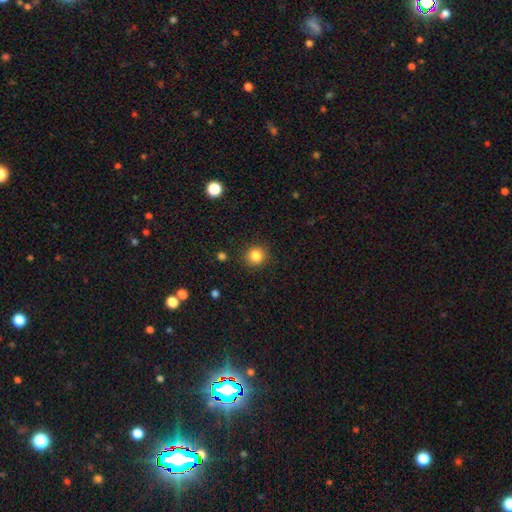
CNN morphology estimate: Q: Smooth or featured?
A: smooth (84%); runner-up: star or artifact (11%)
Q: How rounded?
A: round (91%); runner-up: in between (8%)
Q: Merging?
A: none (89%); runner-up: minor disturbance (7%)